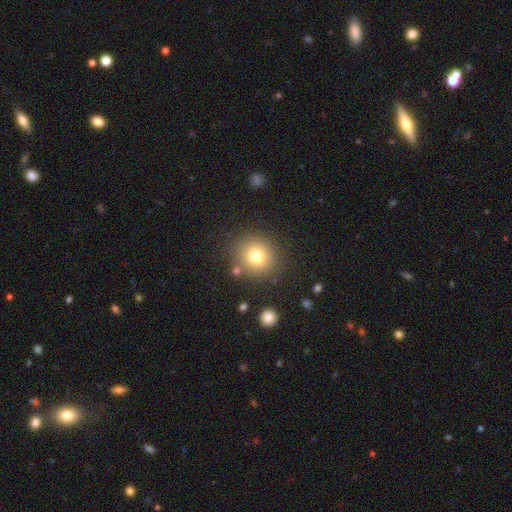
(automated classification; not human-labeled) smooth-or-featured: smooth: 70% | featured or disk: 17% | star or artifact: 13%
  how-rounded: round: 85% | in between: 14% | cigar-shaped: 1%
  merging: none: 65% | merger: 20% | minor disturbance: 11% | major disturbance: 4%